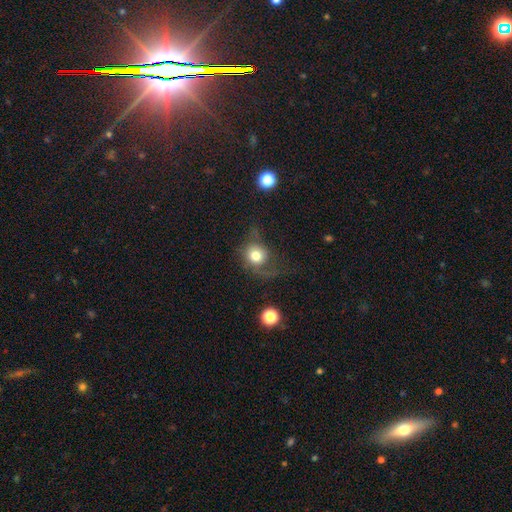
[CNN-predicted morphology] Smooth or featured?
  - smooth: 68% *
  - featured or disk: 22%
  - star or artifact: 10%
How rounded?
  - round: 79% *
  - in between: 20%
  - cigar-shaped: 1%
Merging?
  - none: 39% *
  - major disturbance: 34%
  - minor disturbance: 24%
  - merger: 3%